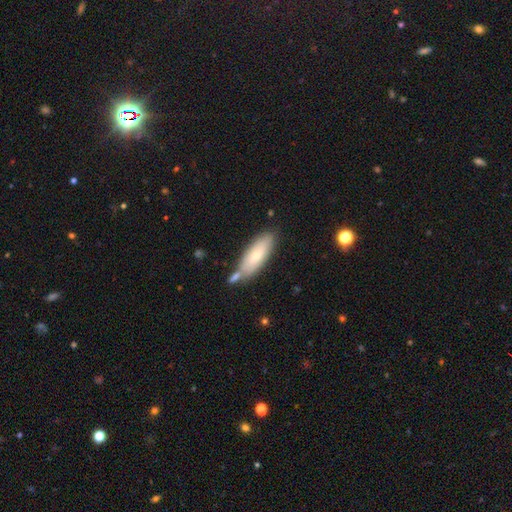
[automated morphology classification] Overall: smooth (68%). How rounded: in between (64%; cigar-shaped 34%). Merging: none (67%).